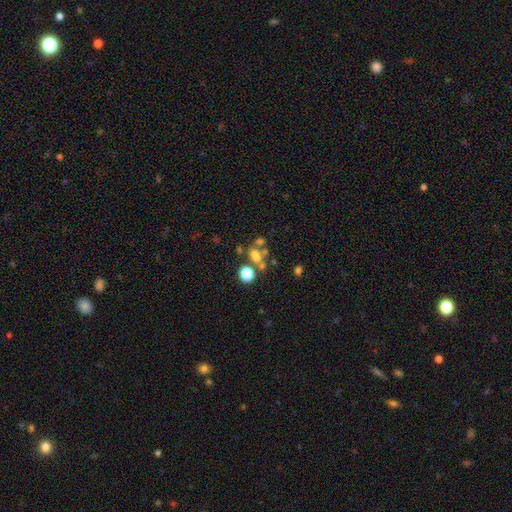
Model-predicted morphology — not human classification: Q: Smooth or featured?
A: smooth (59%); runner-up: star or artifact (24%)
Q: How rounded?
A: round (50%); runner-up: in between (48%)
Q: Merging?
A: none (43%); runner-up: merger (38%)